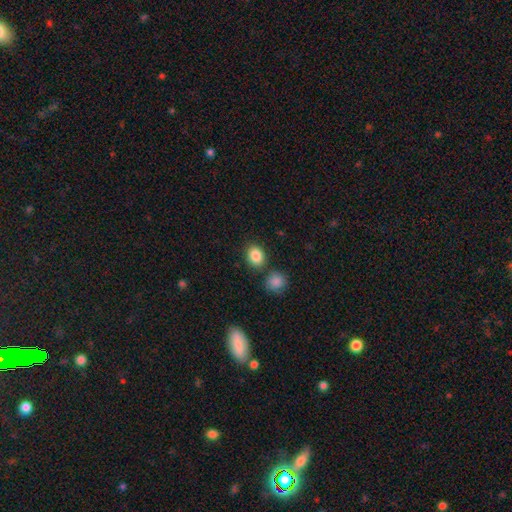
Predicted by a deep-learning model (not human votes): Smooth or featured? Predicted: smooth (p=0.86). How rounded? Predicted: in between (p=0.52). Merging? Predicted: none (p=0.77).